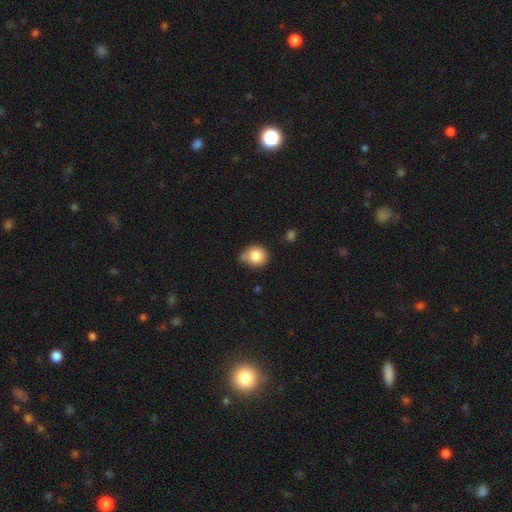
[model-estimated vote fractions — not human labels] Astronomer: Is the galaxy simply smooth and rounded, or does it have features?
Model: smooth — 83%.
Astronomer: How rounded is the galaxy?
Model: round — 77%.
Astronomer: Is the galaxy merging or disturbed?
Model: none — 56%.